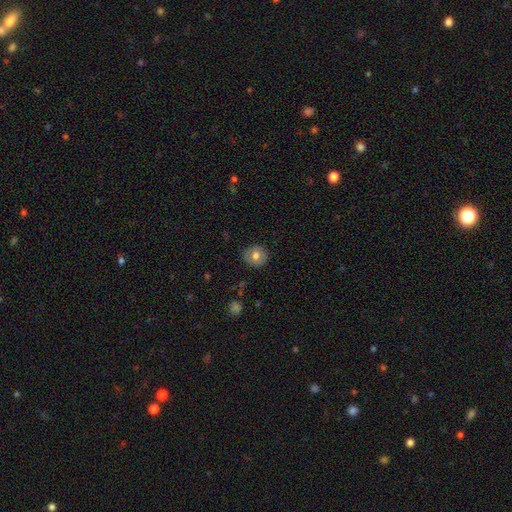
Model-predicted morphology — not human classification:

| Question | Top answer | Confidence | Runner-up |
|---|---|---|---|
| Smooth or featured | smooth | 73% | featured or disk (19%) |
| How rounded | round | 84% | in between (15%) |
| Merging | none | 87% | minor disturbance (10%) |